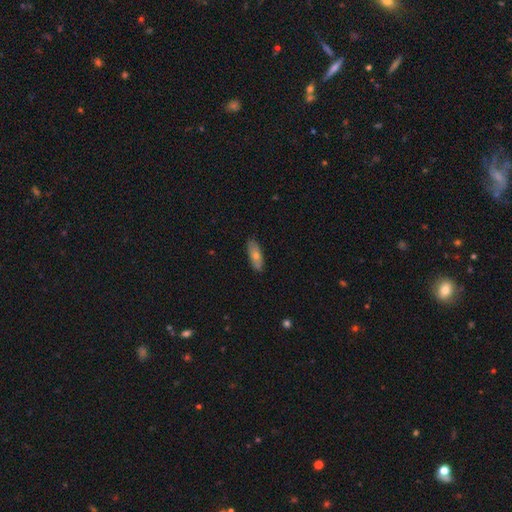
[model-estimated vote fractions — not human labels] Smooth or featured: smooth — 57% (featured or disk — 36%)
How rounded: in between — 54% (cigar-shaped — 43%)
Merging: none — 86% (minor disturbance — 11%)